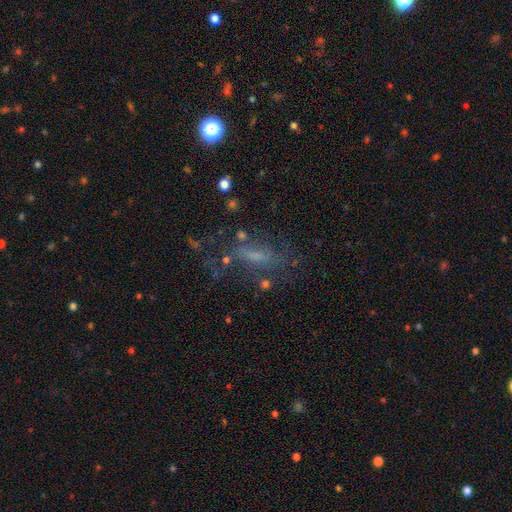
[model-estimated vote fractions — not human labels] Morphology: type=featured or disk (44%); merging=none (56%).